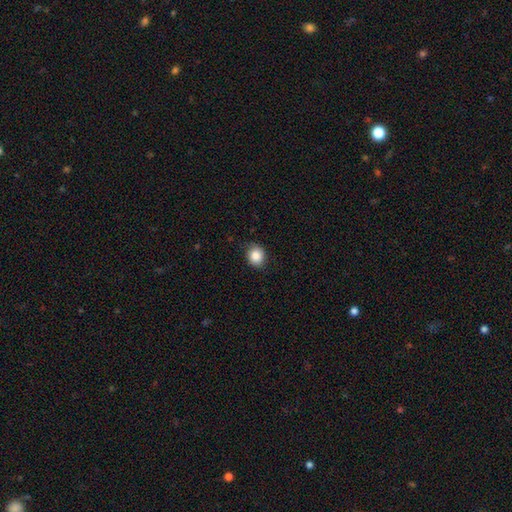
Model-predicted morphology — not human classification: This appears to be a smooth galaxy with no disk features (87%) that is round (72%). Merging: none (84%).